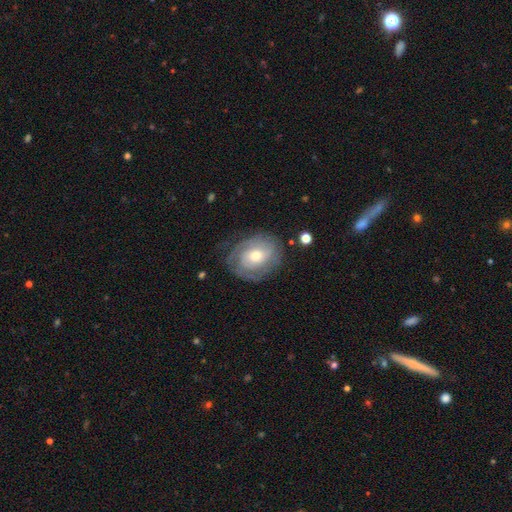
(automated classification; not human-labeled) Smooth or featured?
  - featured or disk: 67% *
  - smooth: 26%
  - star or artifact: 7%
Edge-on disk?
  - no: 96% *
  - yes: 4%
Bar?
  - no: 67% *
  - weak: 27%
  - strong: 7%
Spiral arms?
  - yes: 78% *
  - no: 22%
Spiral winding?
  - tight: 65% *
  - medium: 25%
  - loose: 9%
Spiral arm count?
  - can't tell: 43% *
  - 2: 34%
  - 3: 9%
  - 1: 8%
  - 4: 3%
  - more than 4: 3%
Bulge size?
  - moderate: 64% *
  - small: 26%
  - large: 7%
  - none: 1%
  - dominant: 1%
Merging?
  - none: 69% *
  - minor disturbance: 20%
  - major disturbance: 9%
  - merger: 2%